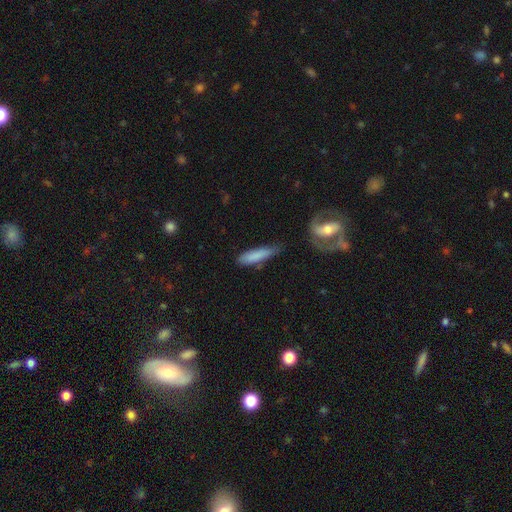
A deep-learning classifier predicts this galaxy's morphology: Smooth or featured? Predicted: smooth (p=0.79). How rounded? Predicted: cigar-shaped (p=0.76). Merging? Predicted: none (p=0.59).